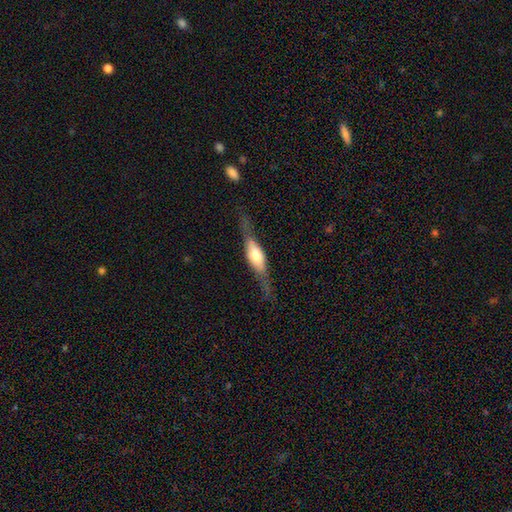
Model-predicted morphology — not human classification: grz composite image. It shows a featured or disk galaxy (64%) viewed edge-on (89%) with a rounded central bulge (83%). Merging: none (72%).